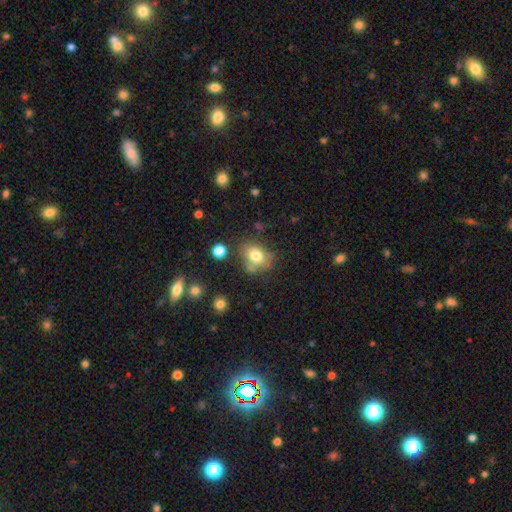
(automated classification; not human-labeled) smooth-or-featured: smooth: 75% | featured or disk: 14% | star or artifact: 11%
  how-rounded: in between: 60% | round: 39% | cigar-shaped: 1%
  merging: none: 60% | minor disturbance: 21% | merger: 11% | major disturbance: 8%